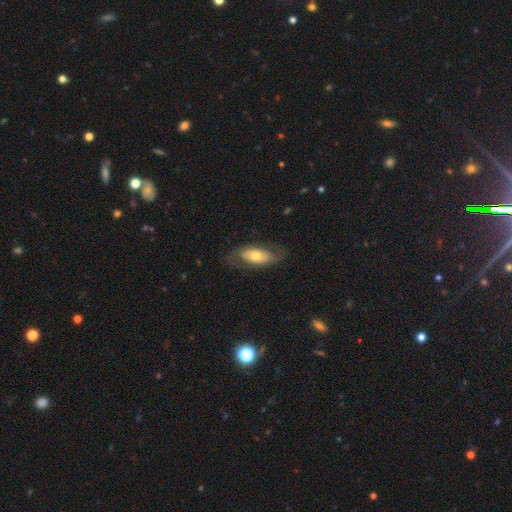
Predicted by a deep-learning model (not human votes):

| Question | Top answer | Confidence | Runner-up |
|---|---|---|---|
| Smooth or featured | featured or disk | 51% | smooth (43%) |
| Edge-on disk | no | 85% | yes (15%) |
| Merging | none | 69% | minor disturbance (19%) |